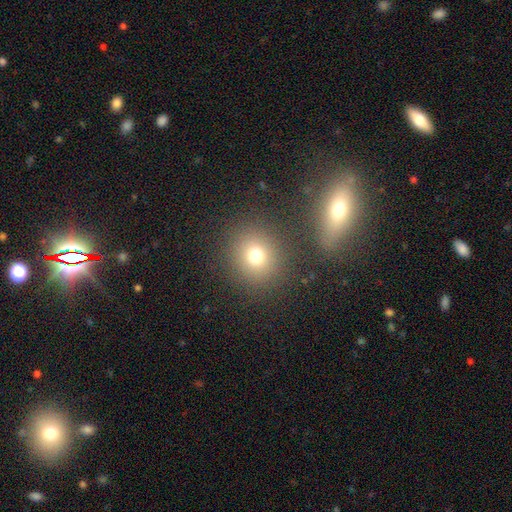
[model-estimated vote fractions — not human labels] smooth 74%, star or artifact 17%, featured or disk 9%. Down the decision tree: how rounded — round (85%); merging — none (83%).